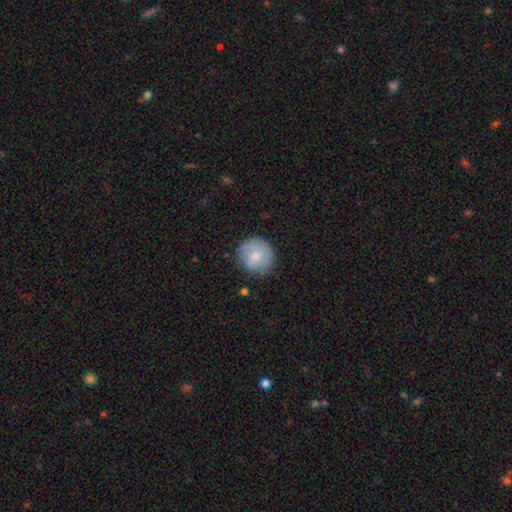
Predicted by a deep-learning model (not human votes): A smooth galaxy with no disk features (65%) that is round (92%).

Vote fractions:
- Smooth or featured? smooth: 65% / featured or disk: 28% / star or artifact: 7%
- How rounded? round: 92% / in between: 7% / cigar-shaped: 1%
- Merging? none: 76% / minor disturbance: 17% / major disturbance: 5% / merger: 2%